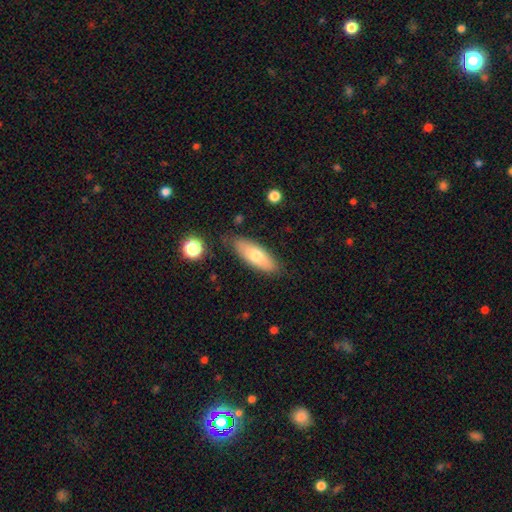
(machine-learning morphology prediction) type=smooth (69%); roundness=in between (66%); merging=none (81%).